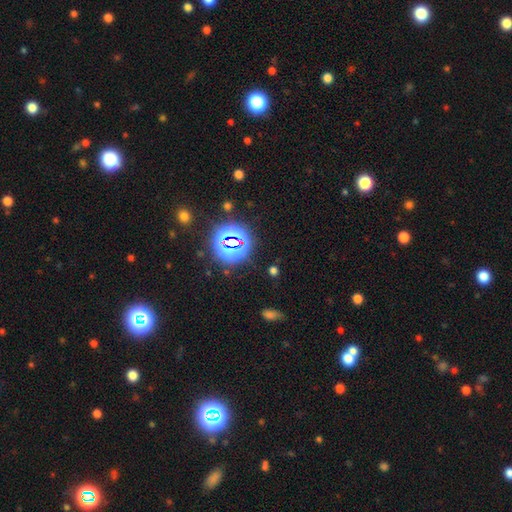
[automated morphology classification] smooth_or_featured: star or artifact (p=0.77) [alt: smooth p=0.15]